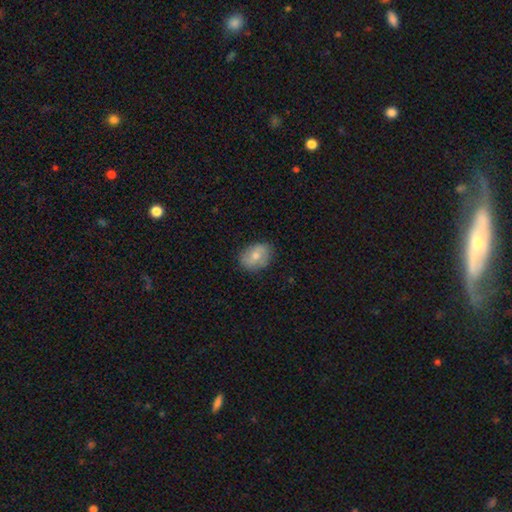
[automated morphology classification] Smooth or featured? Predicted: smooth (p=0.67). How rounded? Predicted: in between (p=0.66). Merging? Predicted: none (p=0.80).